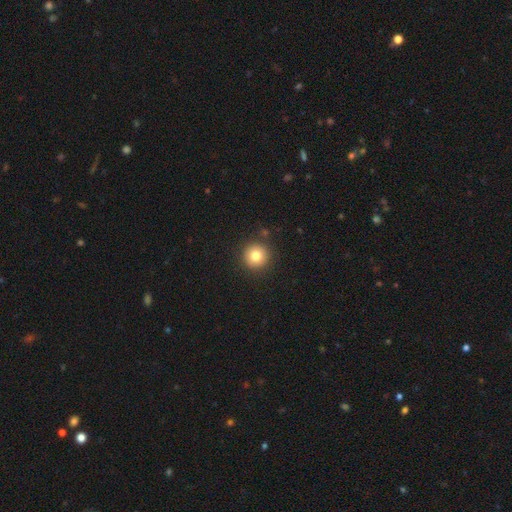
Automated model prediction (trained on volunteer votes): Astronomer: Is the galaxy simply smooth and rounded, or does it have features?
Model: smooth — 81%.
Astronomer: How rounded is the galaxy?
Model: round — 95%.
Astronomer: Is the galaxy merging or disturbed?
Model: none — 90%.